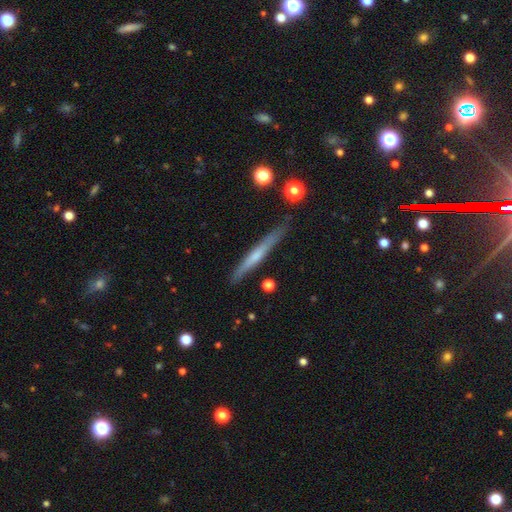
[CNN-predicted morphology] Smooth or featured: featured or disk — 52% (smooth — 42%)
Edge-on disk: yes — 96% (no — 4%)
Merging: none — 84% (minor disturbance — 12%)